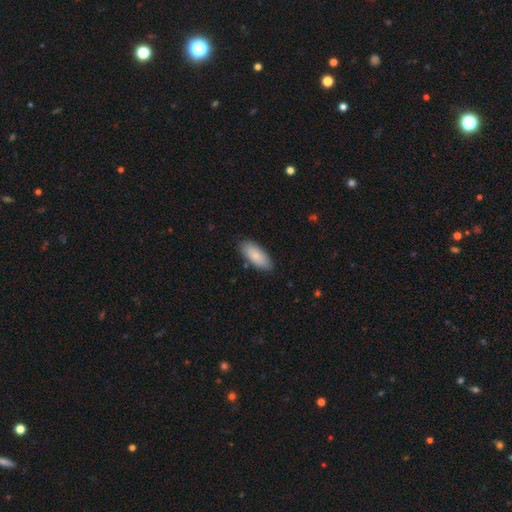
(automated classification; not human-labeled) smooth_or_featured: smooth (p=0.85) [alt: featured or disk p=0.09]
how_rounded: in between (p=0.84) [alt: cigar-shaped p=0.14]
merging: none (p=0.84) [alt: minor disturbance p=0.12]